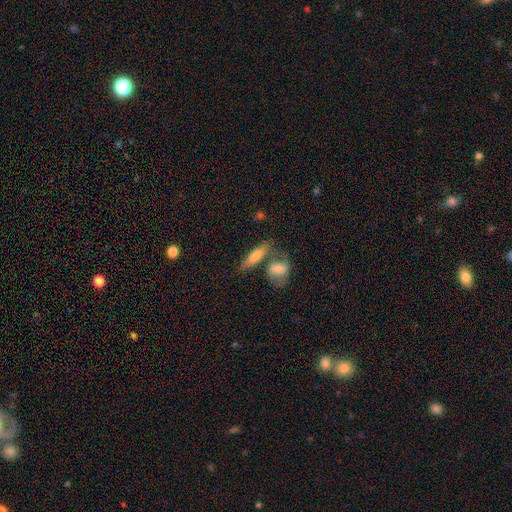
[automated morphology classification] Overall: smooth (66%; featured or disk 27%). How rounded: cigar-shaped (48%; in between 47%). Merging: none (49%; merger 34%).